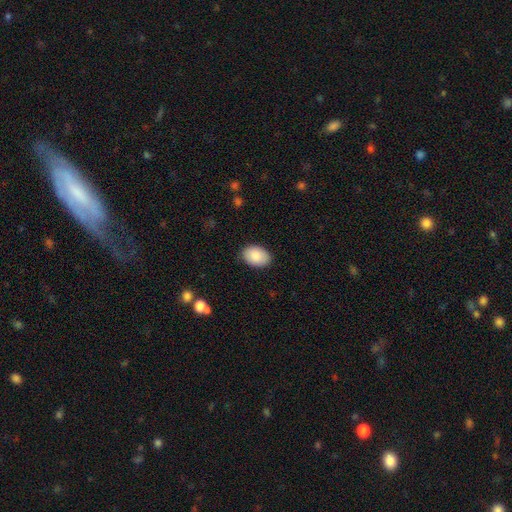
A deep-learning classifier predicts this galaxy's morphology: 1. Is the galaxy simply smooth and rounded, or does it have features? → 87% smooth, 7% featured or disk, 6% star or artifact.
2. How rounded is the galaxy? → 86% in between, 13% round, 1% cigar-shaped.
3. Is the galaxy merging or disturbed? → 85% none, 11% minor disturbance, 2% major disturbance, 1% merger.